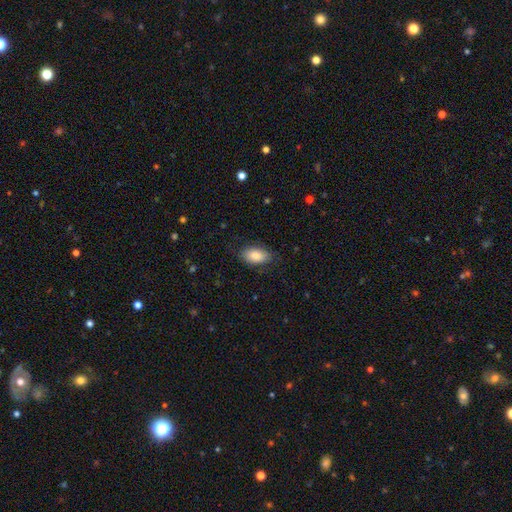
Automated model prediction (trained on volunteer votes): A smooth galaxy with no disk features (85%) that is in between round and cigar-shaped (93%). Merging: none (80%).